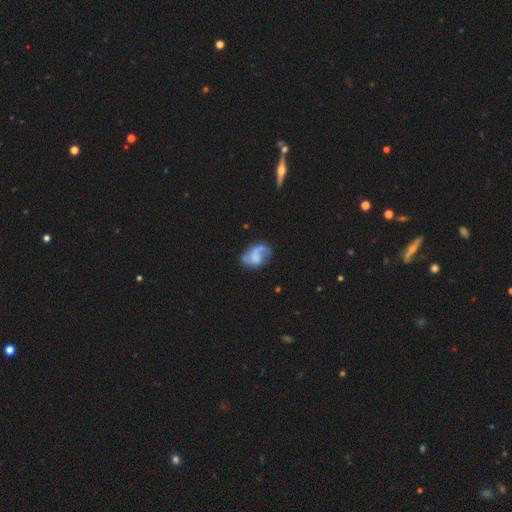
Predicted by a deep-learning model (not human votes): Q: Smooth or featured?
A: featured or disk (56%); runner-up: smooth (35%)
Q: Edge-on disk?
A: no (97%); runner-up: yes (3%)
Q: Bar?
A: no (68%); runner-up: weak (25%)
Q: Spiral arms?
A: yes (60%); runner-up: no (40%)
Q: Bulge size?
A: none (51%); runner-up: moderate (19%)
Q: Merging?
A: none (40%); runner-up: minor disturbance (25%)